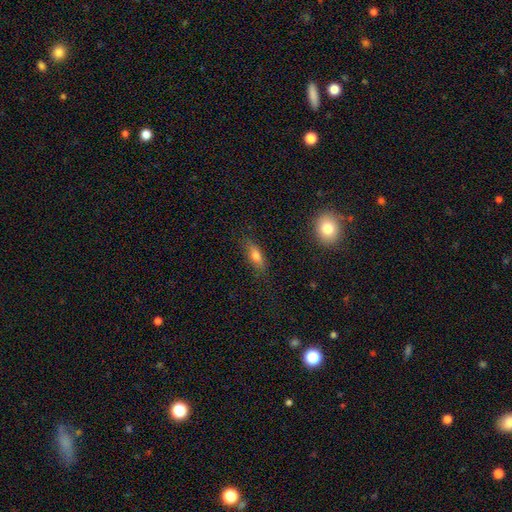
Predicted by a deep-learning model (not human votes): smooth_or_featured: smooth (p=0.70) [alt: featured or disk p=0.20]
how_rounded: in between (p=0.66) [alt: cigar-shaped p=0.30]
merging: none (p=0.81) [alt: minor disturbance p=0.14]